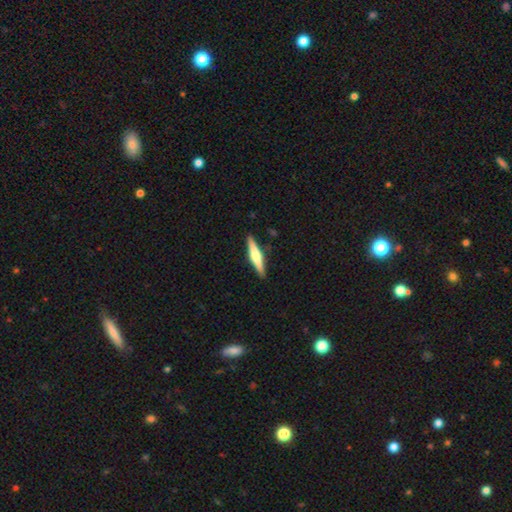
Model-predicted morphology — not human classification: smooth-or-featured: featured or disk: 54% | smooth: 41% | star or artifact: 5%
  disk-edge-on: yes: 97% | no: 3%
    edge-on-bulge: rounded: 67% | boxy: 22% | none: 11%
  merging: none: 89% | minor disturbance: 8% | major disturbance: 2% | merger: 1%